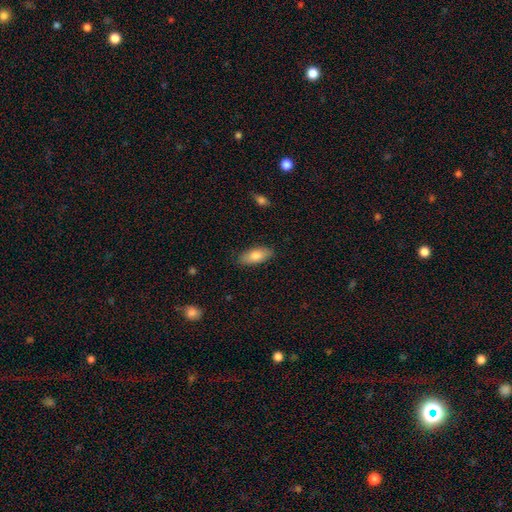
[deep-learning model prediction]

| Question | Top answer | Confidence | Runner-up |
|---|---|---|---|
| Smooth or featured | smooth | 80% | featured or disk (14%) |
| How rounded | in between | 79% | cigar-shaped (18%) |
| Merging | none | 86% | minor disturbance (11%) |